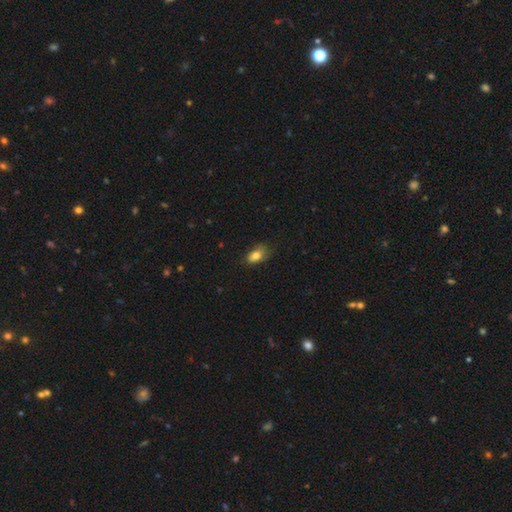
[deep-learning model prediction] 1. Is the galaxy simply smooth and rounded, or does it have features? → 81% smooth, 10% featured or disk, 9% star or artifact.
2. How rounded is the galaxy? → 86% in between, 11% round, 2% cigar-shaped.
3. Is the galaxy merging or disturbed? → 64% none, 28% minor disturbance, 7% major disturbance, 2% merger.